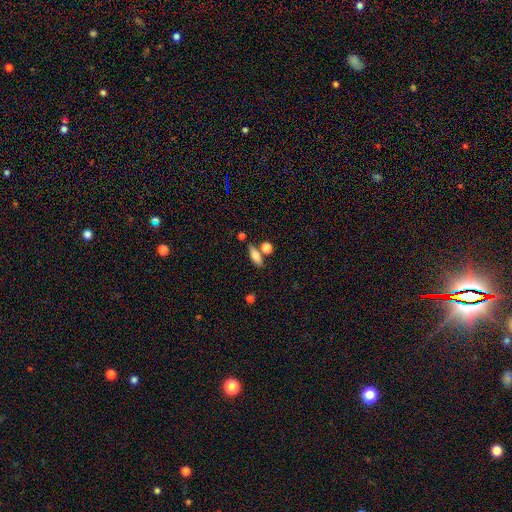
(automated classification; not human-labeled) This is likely a smooth galaxy (72%). How rounded: likely in between (61%). Merging: likely none (67%).